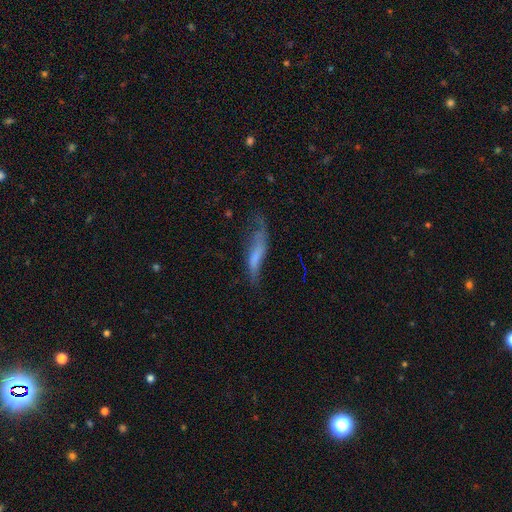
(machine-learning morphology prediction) This is possibly a smooth galaxy (49%). Merging: marginally none (35%).